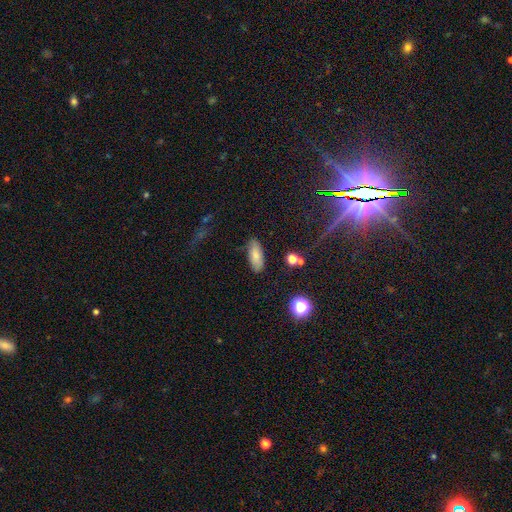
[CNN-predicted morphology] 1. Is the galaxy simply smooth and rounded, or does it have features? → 80% smooth, 11% featured or disk, 9% star or artifact.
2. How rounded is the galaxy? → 80% in between, 18% cigar-shaped, 3% round.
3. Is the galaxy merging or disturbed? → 80% none, 14% minor disturbance, 3% major disturbance, 2% merger.